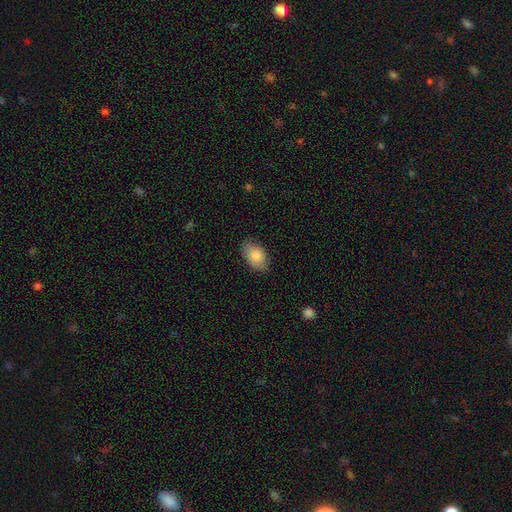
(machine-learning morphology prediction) Overall: smooth (85%). How rounded: in between (92%). Merging: none (83%).